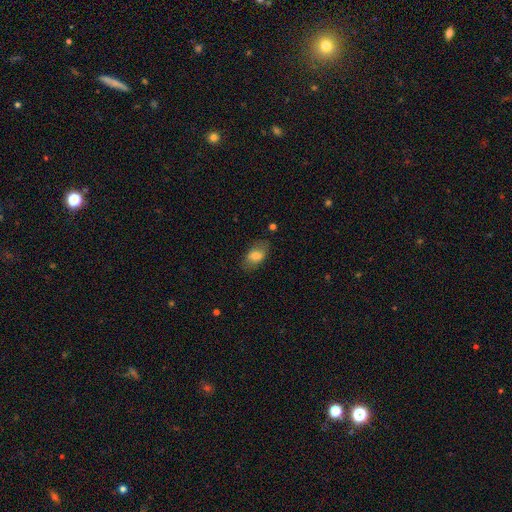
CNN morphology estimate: smooth_or_featured: smooth (p=0.72) [alt: featured or disk p=0.20]
how_rounded: in between (p=0.90) [alt: round p=0.08]
merging: none (p=0.79) [alt: minor disturbance p=0.15]